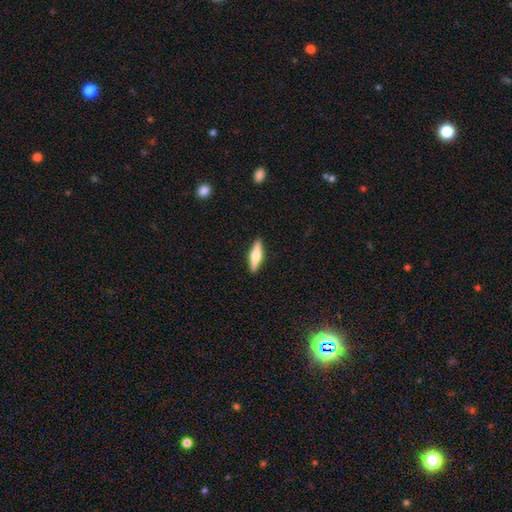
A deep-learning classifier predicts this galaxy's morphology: This is possibly a featured or disk galaxy (48%). Merging: clearly none (90%).